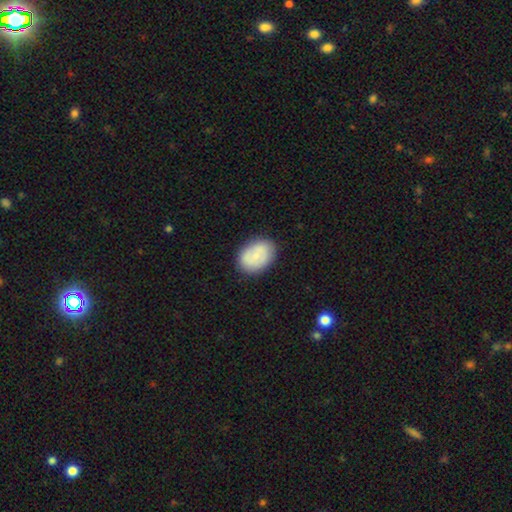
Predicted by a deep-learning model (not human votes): Q: Smooth or featured?
A: smooth (63%); runner-up: featured or disk (30%)
Q: How rounded?
A: in between (75%); runner-up: round (24%)
Q: Merging?
A: none (83%); runner-up: minor disturbance (12%)